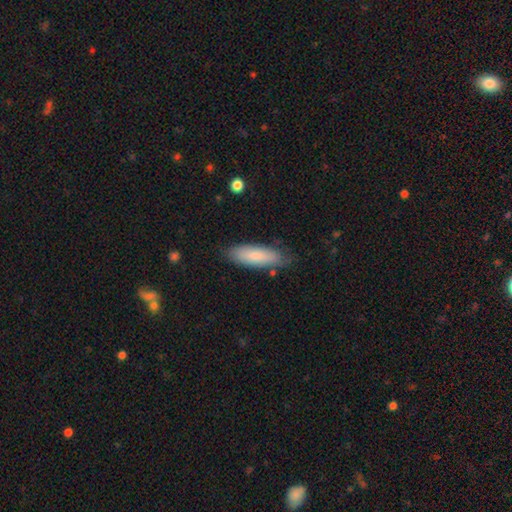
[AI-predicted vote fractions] Smooth or featured? Predicted: smooth (p=0.80). How rounded? Predicted: in between (p=0.52). Merging? Predicted: none (p=0.78).